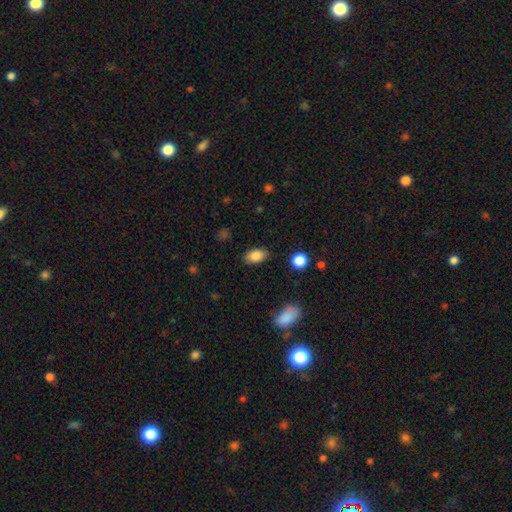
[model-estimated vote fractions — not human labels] Smooth or featured? smooth (85%)
How rounded? in between (89%)
Merging? none (86%)